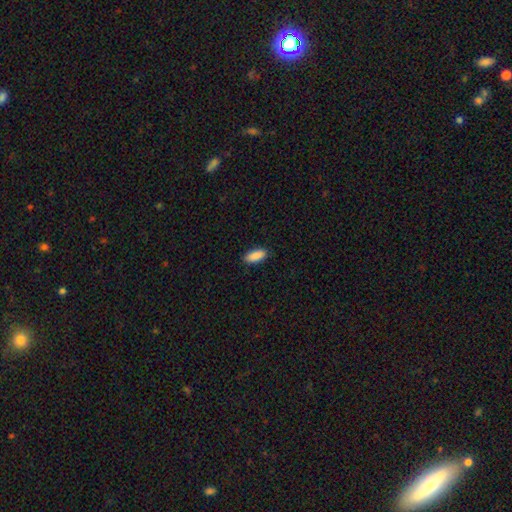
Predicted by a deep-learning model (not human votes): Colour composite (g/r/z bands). It shows a smooth galaxy with no disk features (91%) that is in between round and cigar-shaped (83%). Merging: none (89%).